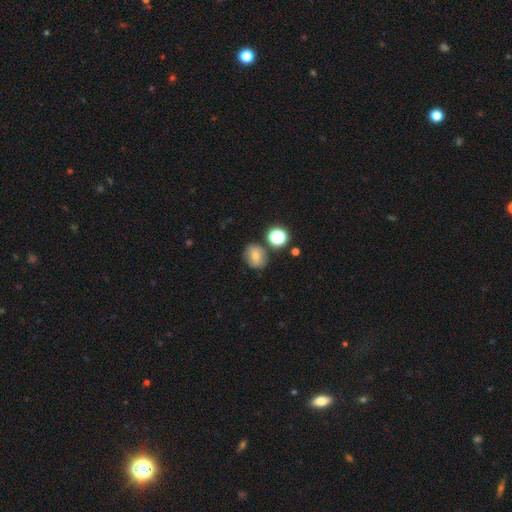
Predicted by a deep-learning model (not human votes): Smooth or featured? Predicted: smooth (p=0.65). How rounded? Predicted: round (p=0.66). Merging? Predicted: none (p=0.73).